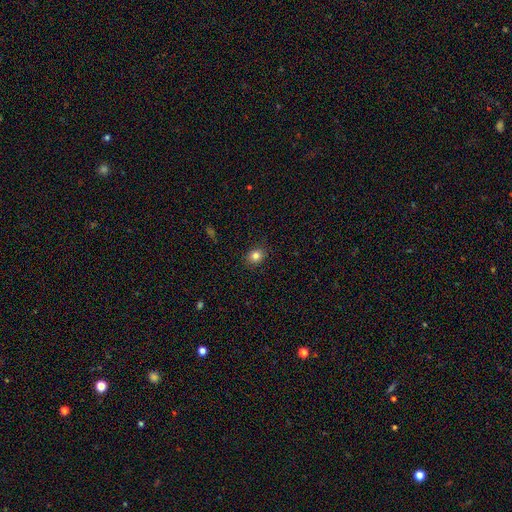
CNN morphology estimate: Overall: smooth (82%). How rounded: round (62%; in between 37%). Merging: none (88%).